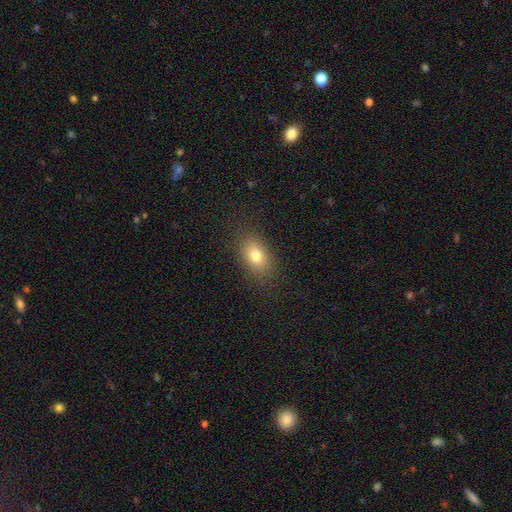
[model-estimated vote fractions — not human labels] Smooth or featured?
  - smooth: 78% *
  - featured or disk: 12%
  - star or artifact: 10%
How rounded?
  - in between: 84% *
  - round: 14%
  - cigar-shaped: 3%
Merging?
  - none: 85% *
  - minor disturbance: 10%
  - major disturbance: 4%
  - merger: 1%